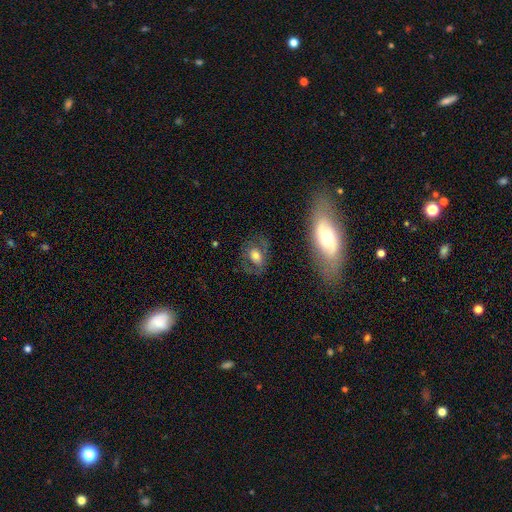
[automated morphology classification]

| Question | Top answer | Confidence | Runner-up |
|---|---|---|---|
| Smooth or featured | smooth | 49% | featured or disk (41%) |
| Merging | none | 68% | minor disturbance (17%) |